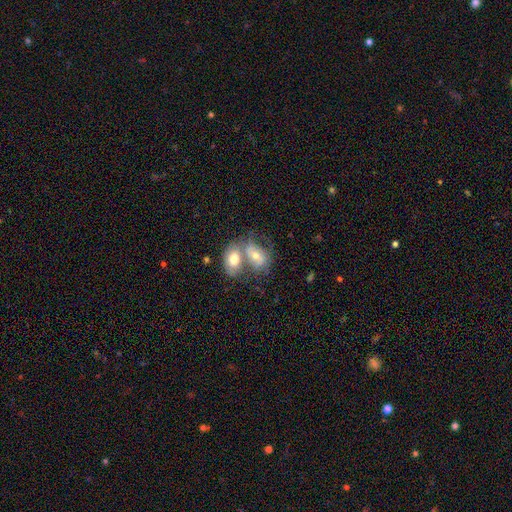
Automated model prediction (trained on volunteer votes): smooth 55%, featured or disk 38%, star or artifact 7%. Down the decision tree: how rounded — in between (83%); merging — merger (68%).